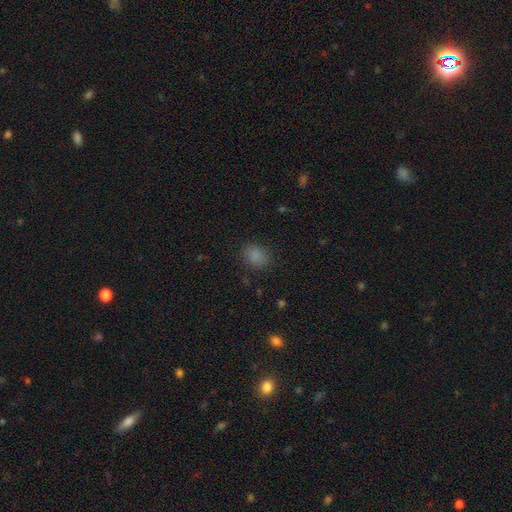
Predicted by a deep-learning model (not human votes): Q: Smooth or featured?
A: smooth (84%); runner-up: star or artifact (12%)
Q: How rounded?
A: in between (50%); runner-up: round (49%)
Q: Merging?
A: none (84%); runner-up: minor disturbance (11%)